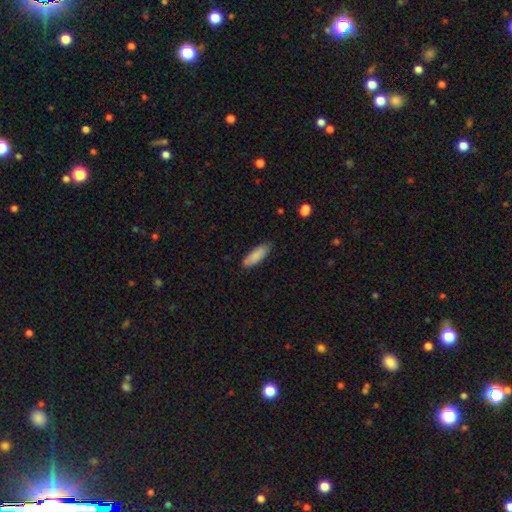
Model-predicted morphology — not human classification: Q: Smooth or featured?
A: smooth (86%); runner-up: featured or disk (8%)
Q: How rounded?
A: in between (62%); runner-up: cigar-shaped (37%)
Q: Merging?
A: none (76%); runner-up: minor disturbance (19%)